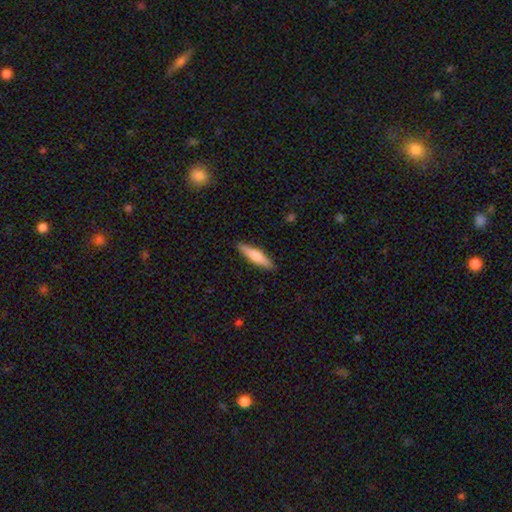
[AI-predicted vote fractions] Morphology: type=smooth (64%); roundness=cigar-shaped (81%); merging=none (90%).